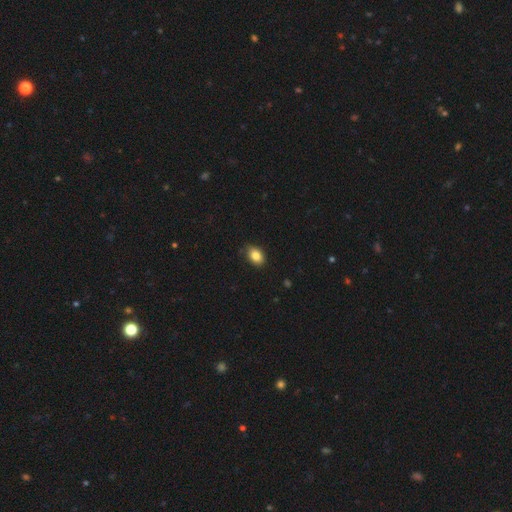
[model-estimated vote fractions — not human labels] Overall: smooth (85%). How rounded: in between (80%). Merging: none (80%).